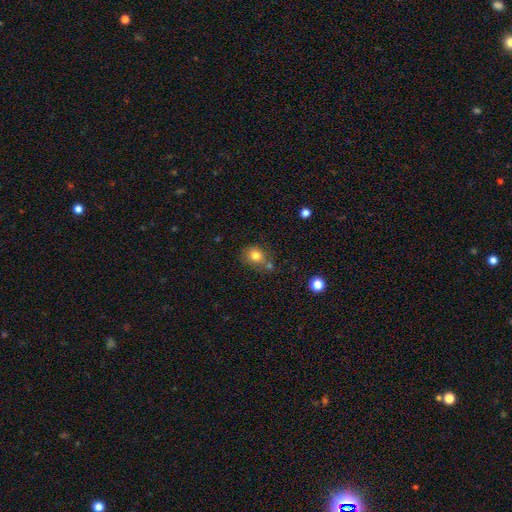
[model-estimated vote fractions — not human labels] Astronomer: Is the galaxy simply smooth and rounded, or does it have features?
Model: smooth — 80%.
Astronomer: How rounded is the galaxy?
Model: round — 66%.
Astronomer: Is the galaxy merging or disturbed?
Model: none — 59%.